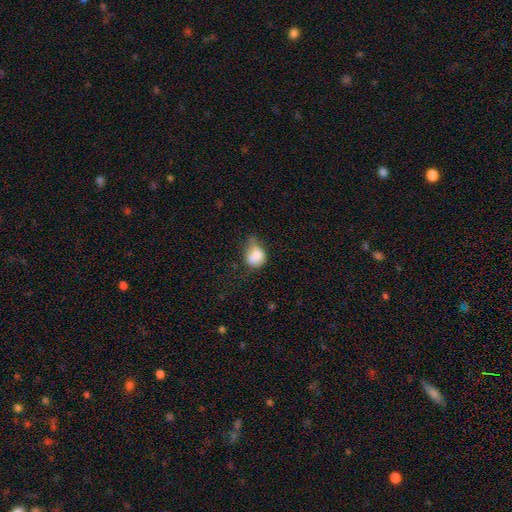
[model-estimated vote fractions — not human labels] smooth-or-featured: smooth: 79% | featured or disk: 11% | star or artifact: 9%
  how-rounded: round: 56% | in between: 43% | cigar-shaped: 1%
  merging: minor disturbance: 41% | none: 28% | major disturbance: 20% | merger: 10%